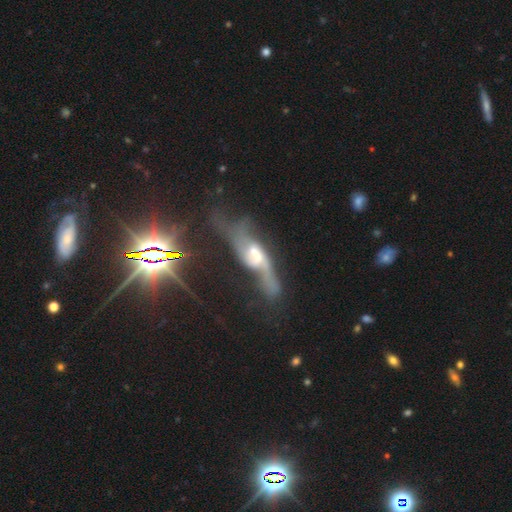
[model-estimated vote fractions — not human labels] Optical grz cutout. It shows a featured or disk galaxy (71%). Merging: major disturbance (35%).